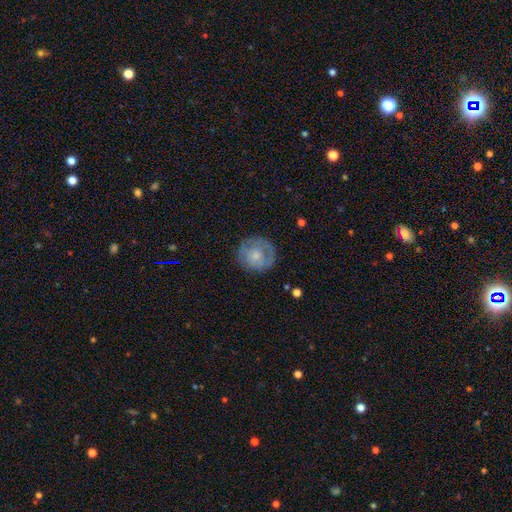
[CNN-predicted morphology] Smooth or featured?
  - smooth: 55% *
  - featured or disk: 38%
  - star or artifact: 7%
How rounded?
  - round: 90% *
  - in between: 9%
  - cigar-shaped: 1%
Merging?
  - none: 74% *
  - minor disturbance: 17%
  - major disturbance: 7%
  - merger: 1%